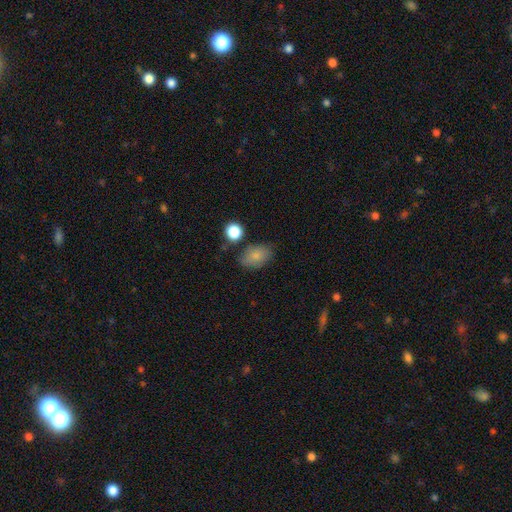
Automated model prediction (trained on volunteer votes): Overall: smooth (82%). How rounded: in between (82%). Merging: none (72%).